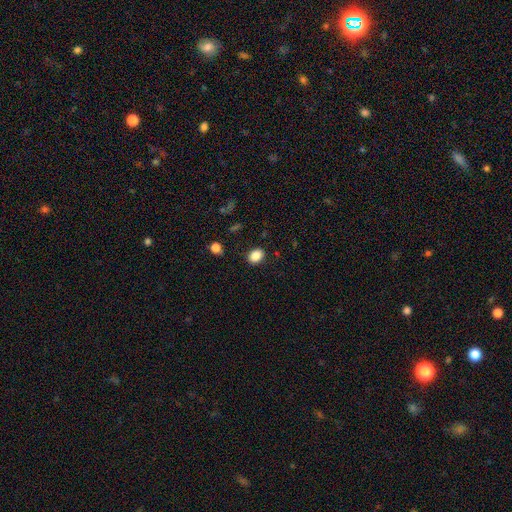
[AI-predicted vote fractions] Q: Smooth or featured?
A: smooth (86%); runner-up: star or artifact (10%)
Q: How rounded?
A: in between (60%); runner-up: round (39%)
Q: Merging?
A: none (87%); runner-up: minor disturbance (9%)